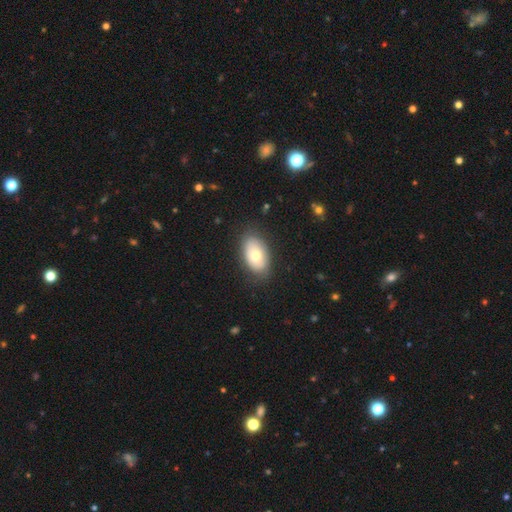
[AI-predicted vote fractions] Morphology: type=smooth (67%); roundness=in between (91%); merging=none (80%).